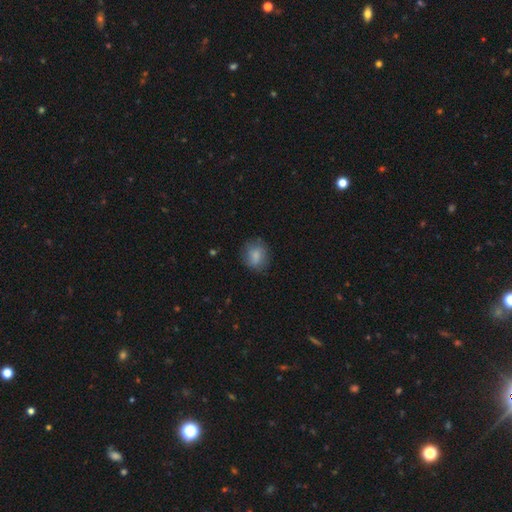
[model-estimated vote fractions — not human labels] Smooth or featured: smooth — 82% (featured or disk — 10%)
How rounded: round — 68% (in between — 31%)
Merging: none — 76% (minor disturbance — 18%)